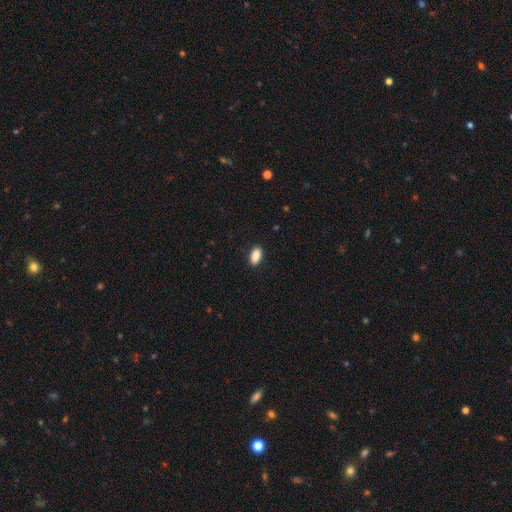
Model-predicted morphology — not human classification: smooth_or_featured: smooth (p=0.89) [alt: star or artifact p=0.07]
how_rounded: in between (p=0.92) [alt: cigar-shaped p=0.05]
merging: none (p=0.89) [alt: minor disturbance p=0.08]